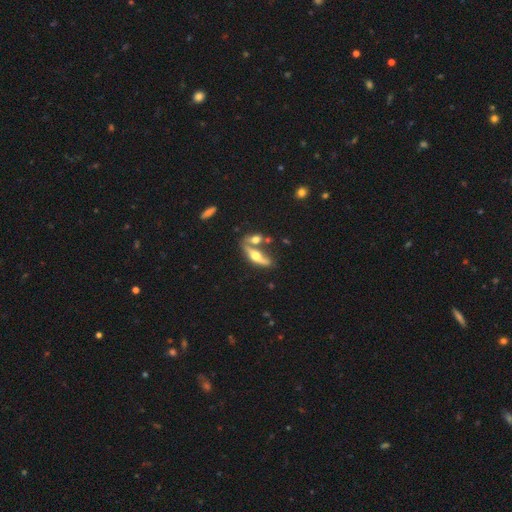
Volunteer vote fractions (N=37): Overall: featured or disk (57%; smooth 38%). Edge-on disk: yes (86%). Edge-on bulge: rounded (100%). Merging: merger (46%; none 29%).